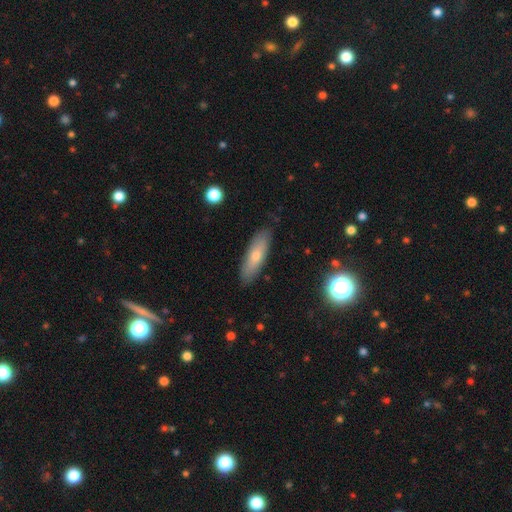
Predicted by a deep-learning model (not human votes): Smooth or featured? Predicted: smooth (p=0.63). How rounded? Predicted: cigar-shaped (p=0.59). Merging? Predicted: none (p=0.86).